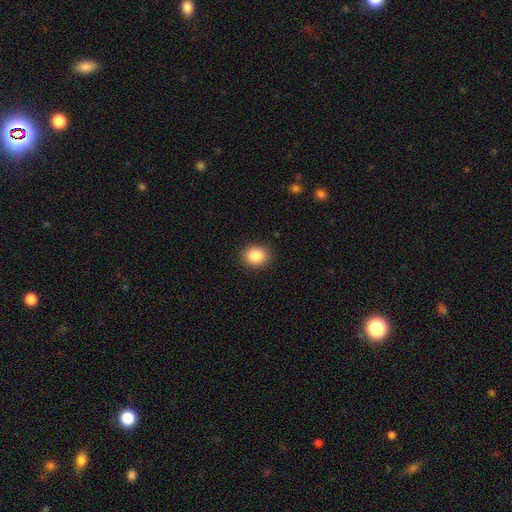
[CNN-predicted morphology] Smooth or featured: smooth — 86% (star or artifact — 9%)
How rounded: round — 69% (in between — 30%)
Merging: none — 90% (minor disturbance — 7%)